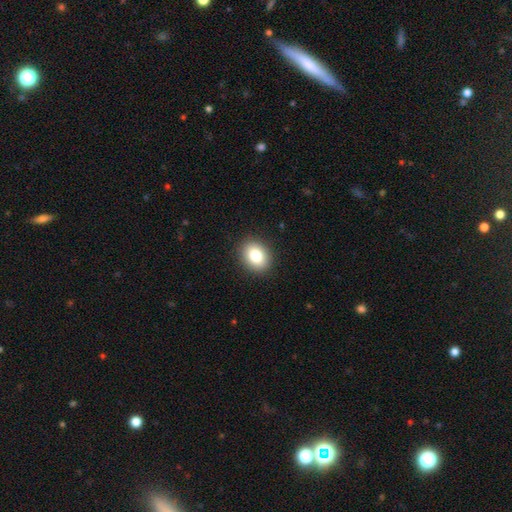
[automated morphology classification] Smooth or featured? smooth (82%)
How rounded? in between (52%)
Merging? none (90%)